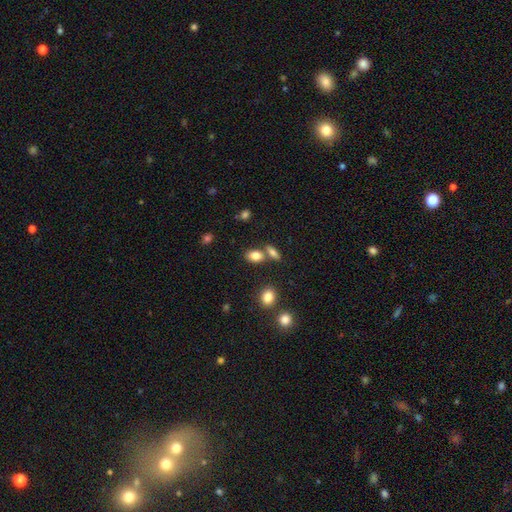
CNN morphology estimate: The model was most divided on "merging": none: 61%, merger: 25%, minor disturbance: 11%, major disturbance: 4%. More confident: smooth or featured — smooth (81%); how rounded — in between (80%).